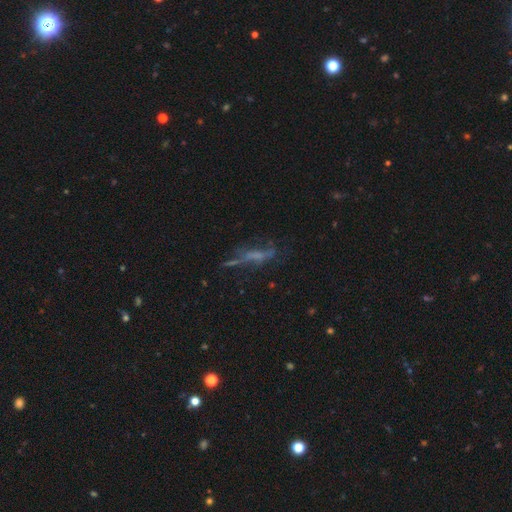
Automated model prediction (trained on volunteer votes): Smooth or featured? featured or disk (53%)
Edge-on disk? no (59%)
Merging? none (47%)